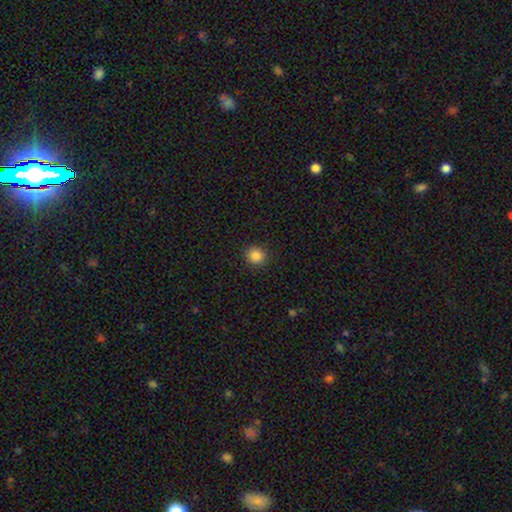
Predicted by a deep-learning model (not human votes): Q: Smooth or featured?
A: smooth (85%); runner-up: star or artifact (11%)
Q: How rounded?
A: round (88%); runner-up: in between (11%)
Q: Merging?
A: none (91%); runner-up: minor disturbance (6%)